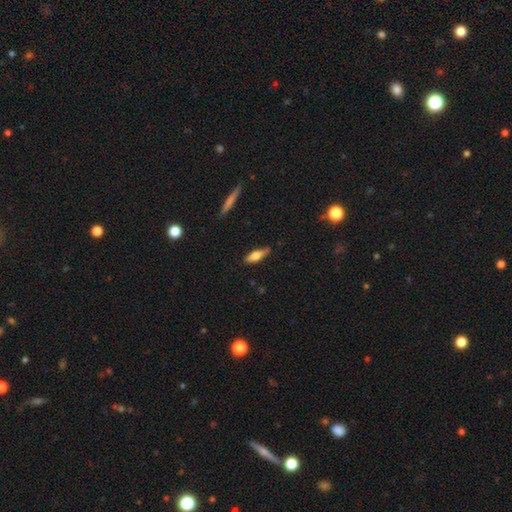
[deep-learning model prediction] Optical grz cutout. It shows a smooth galaxy with no disk features (62%) that is cigar-shaped (51%). Merging: none (82%).